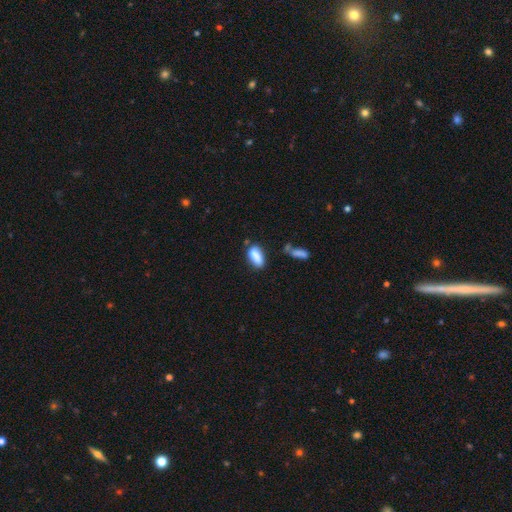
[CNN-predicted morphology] smooth-or-featured: smooth: 81% | featured or disk: 10% | star or artifact: 9%
  how-rounded: in between: 81% | cigar-shaped: 15% | round: 4%
  merging: none: 56% | minor disturbance: 22% | merger: 15% | major disturbance: 7%